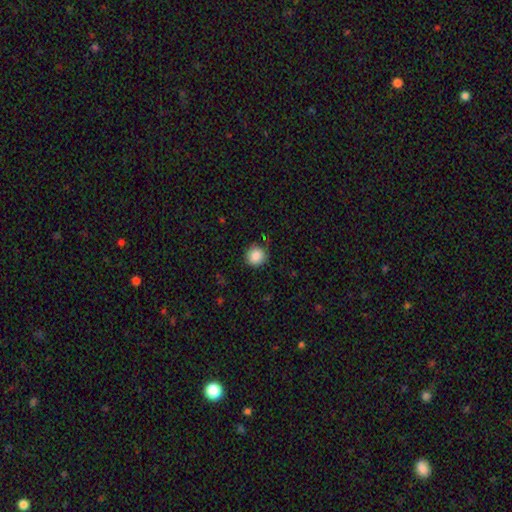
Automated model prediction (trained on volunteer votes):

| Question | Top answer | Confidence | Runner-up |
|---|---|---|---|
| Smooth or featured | smooth | 87% | star or artifact (9%) |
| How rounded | round | 92% | in between (7%) |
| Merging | none | 83% | minor disturbance (13%) |